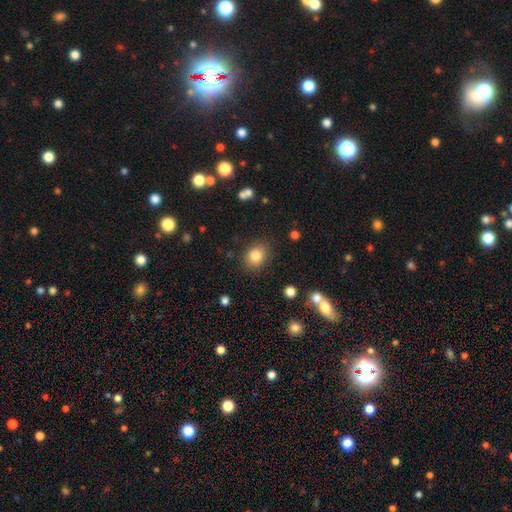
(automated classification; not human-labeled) The model was most divided on "how rounded": round: 54%, in between: 45%, cigar-shaped: 1%. More confident: merging — none (84%); smooth or featured — smooth (84%).